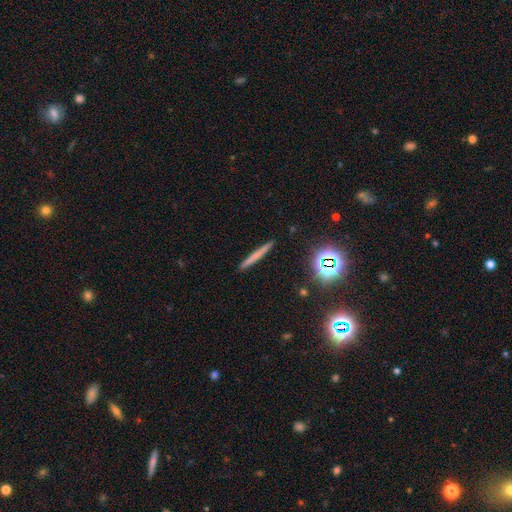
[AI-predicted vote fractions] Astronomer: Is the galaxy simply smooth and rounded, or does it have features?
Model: smooth — 58%.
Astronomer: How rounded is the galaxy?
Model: cigar-shaped — 95%.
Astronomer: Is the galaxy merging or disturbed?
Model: none — 91%.